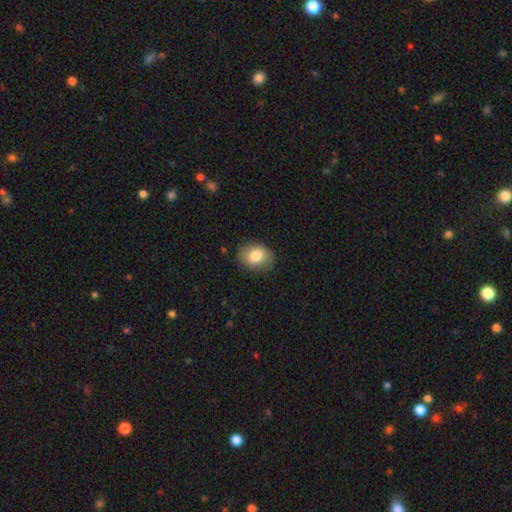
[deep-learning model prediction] smooth 80%, featured or disk 13%, star or artifact 8%. Down the decision tree: how rounded — in between (61%); merging — none (80%).